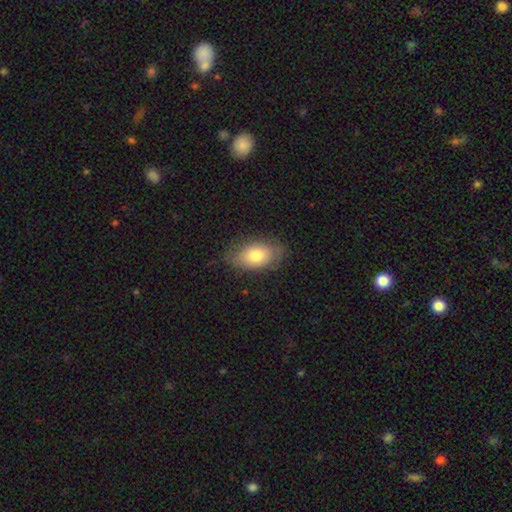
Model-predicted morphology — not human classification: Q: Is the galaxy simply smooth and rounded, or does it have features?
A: smooth — 74%.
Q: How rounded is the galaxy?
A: in between — 89%.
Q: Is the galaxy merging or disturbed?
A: none — 72%.